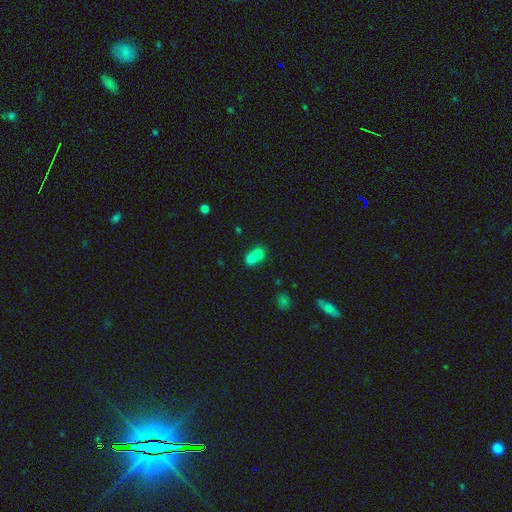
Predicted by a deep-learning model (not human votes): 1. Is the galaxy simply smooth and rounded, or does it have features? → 71% smooth, 17% featured or disk, 12% star or artifact.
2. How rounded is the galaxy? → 71% round, 28% in between, 1% cigar-shaped.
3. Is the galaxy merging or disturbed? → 69% merger, 25% none, 4% minor disturbance, 2% major disturbance.